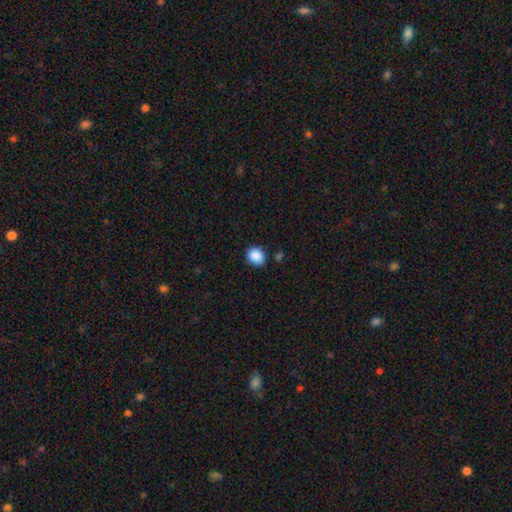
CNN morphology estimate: Smooth or featured: smooth — 89% (star or artifact — 9%)
How rounded: round — 69% (in between — 30%)
Merging: none — 82% (minor disturbance — 13%)